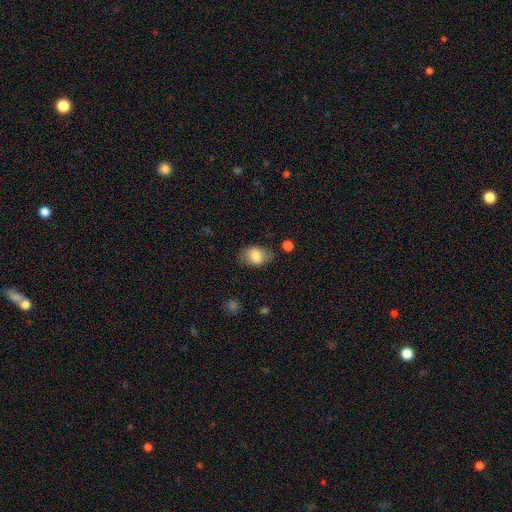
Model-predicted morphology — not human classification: This appears to be a smooth galaxy with no disk features (79%) that is in between round and cigar-shaped (83%). Merging: none (76%).